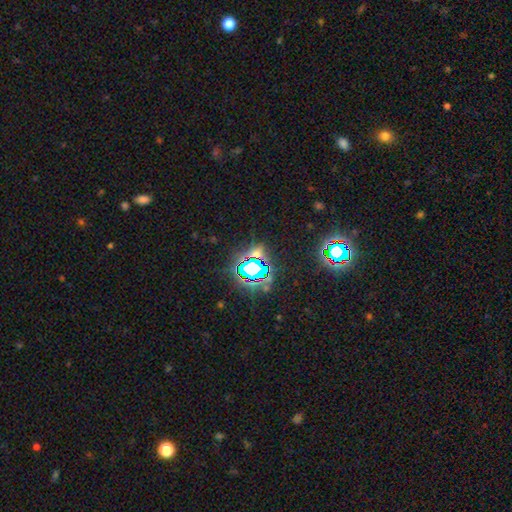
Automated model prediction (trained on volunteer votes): A star or artifact, not a galaxy (72%).

Vote fractions:
- Smooth or featured? star or artifact: 72% / smooth: 17% / featured or disk: 10%